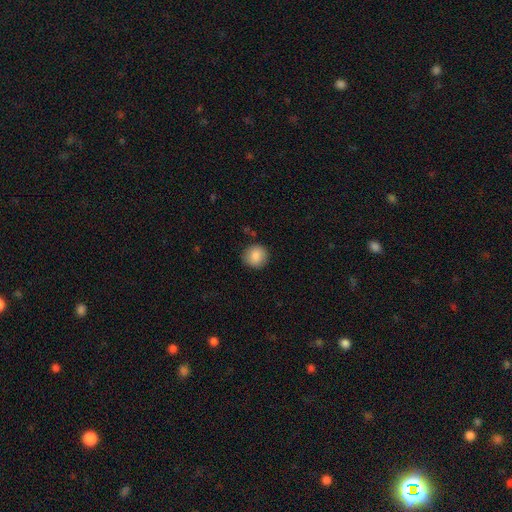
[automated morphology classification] smooth 87%, star or artifact 8%, featured or disk 5%. Down the decision tree: how rounded — round (89%); merging — none (88%).